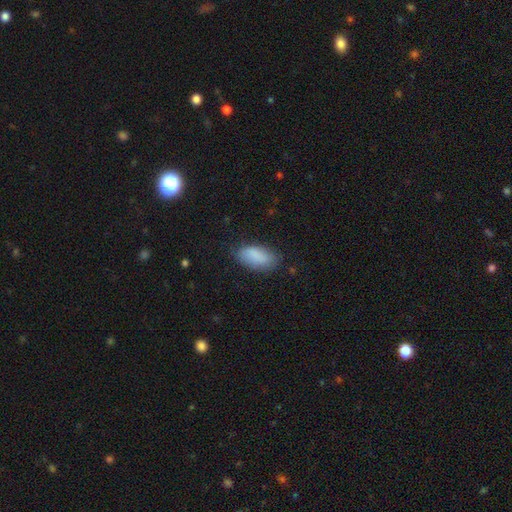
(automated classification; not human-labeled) smooth_or_featured: smooth (p=0.86) [alt: star or artifact p=0.07]
how_rounded: in between (p=0.90) [alt: cigar-shaped p=0.07]
merging: none (p=0.75) [alt: minor disturbance p=0.20]